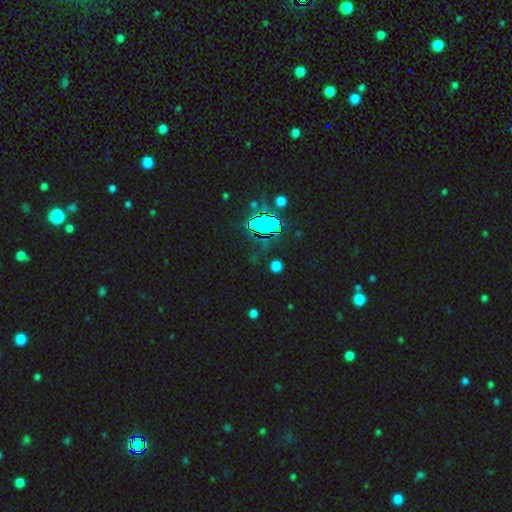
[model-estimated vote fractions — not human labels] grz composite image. It shows a star or artifact, not a galaxy (78%).